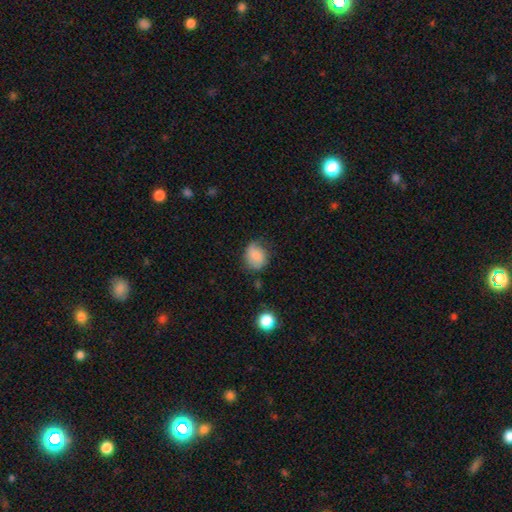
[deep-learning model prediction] Morphology: type=smooth (76%); roundness=round (63%); merging=none (60%).